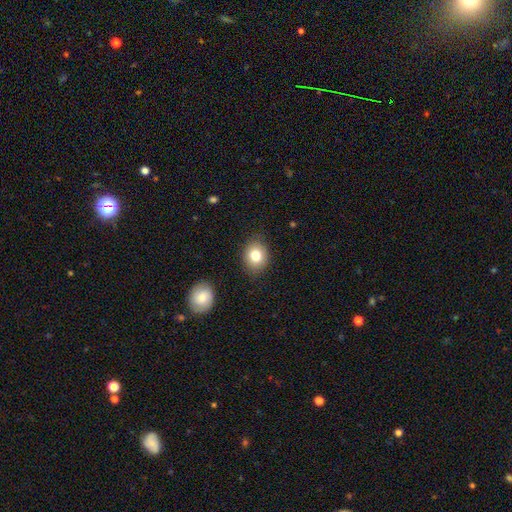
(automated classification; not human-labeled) This appears to be a smooth galaxy with no disk features (80%) that is round (56%). Merging: none (85%).